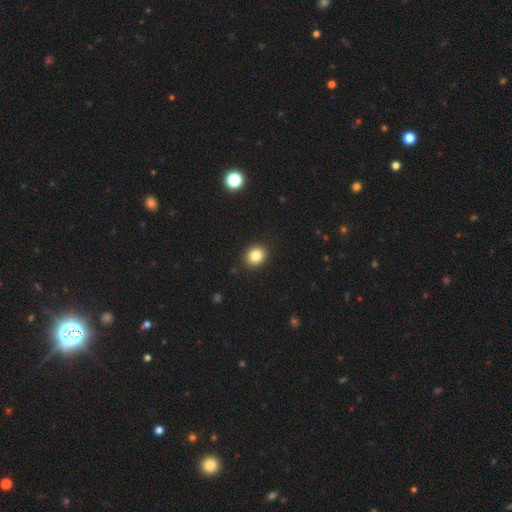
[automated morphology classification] A smooth galaxy with no disk features (83%) that is round (70%).

Vote fractions:
- Smooth or featured? smooth: 83% / star or artifact: 10% / featured or disk: 6%
- How rounded? round: 70% / in between: 29% / cigar-shaped: 1%
- Merging? none: 91% / minor disturbance: 6% / major disturbance: 2% / merger: 1%